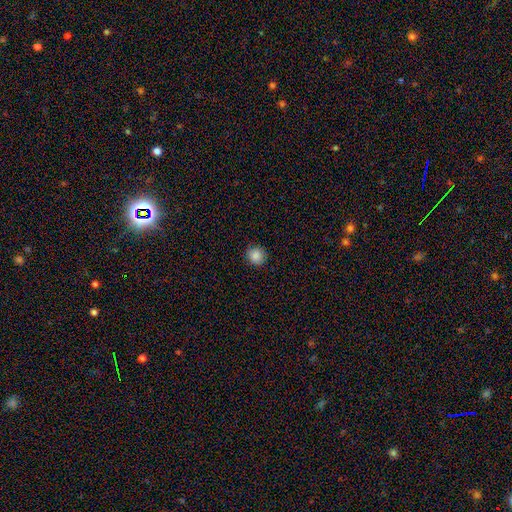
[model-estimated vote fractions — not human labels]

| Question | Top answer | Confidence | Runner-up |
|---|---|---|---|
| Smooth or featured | smooth | 87% | star or artifact (10%) |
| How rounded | round | 90% | in between (9%) |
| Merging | none | 88% | minor disturbance (9%) |